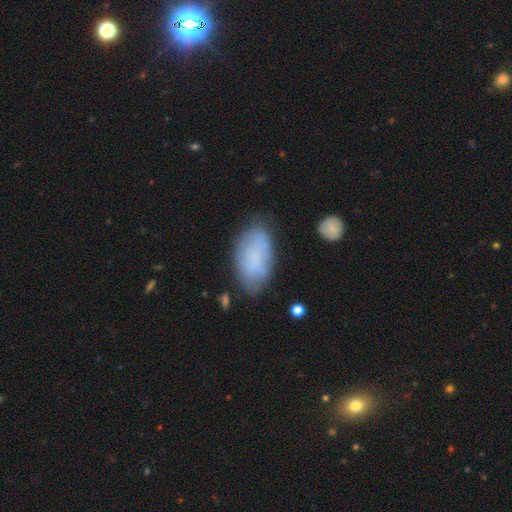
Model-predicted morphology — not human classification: smooth-or-featured: smooth: 71% | featured or disk: 21% | star or artifact: 8%
  how-rounded: in between: 94% | round: 4% | cigar-shaped: 2%
  merging: none: 71% | minor disturbance: 20% | major disturbance: 6% | merger: 3%